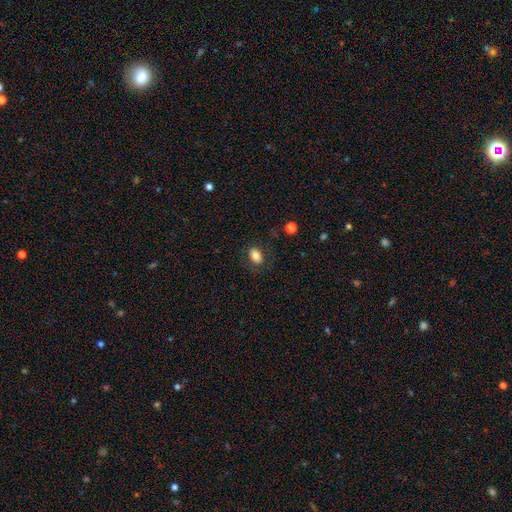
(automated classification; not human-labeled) smooth 80%, featured or disk 11%, star or artifact 9%. Down the decision tree: how rounded — in between (80%); merging — none (79%).